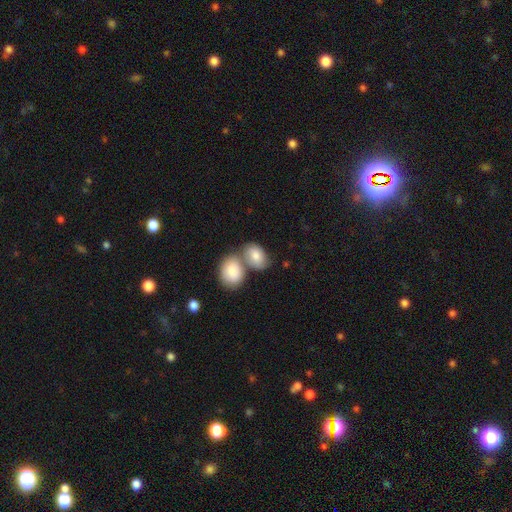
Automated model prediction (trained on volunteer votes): smooth-or-featured: smooth: 82% | featured or disk: 12% | star or artifact: 6%
  how-rounded: in between: 82% | round: 17% | cigar-shaped: 1%
  merging: merger: 54% | none: 32% | minor disturbance: 10% | major disturbance: 4%